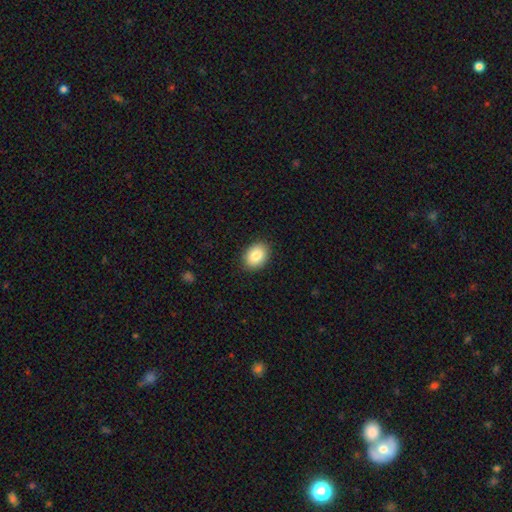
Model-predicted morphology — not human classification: This is clearly a smooth galaxy (85%). How rounded: likely in between (71%). Merging: clearly none (89%).